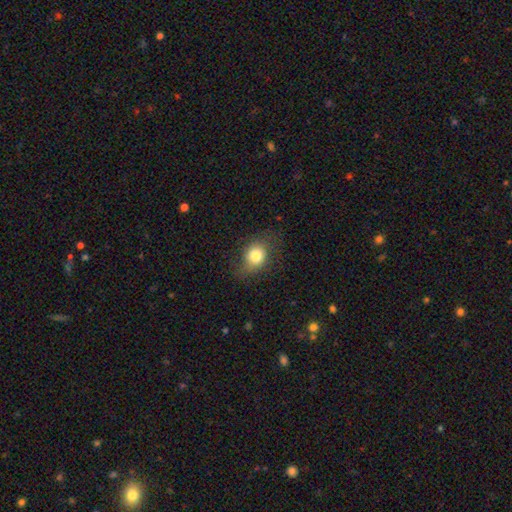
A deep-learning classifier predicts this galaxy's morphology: smooth 77%, featured or disk 13%, star or artifact 11%. Down the decision tree: how rounded — round (57%); merging — none (68%).